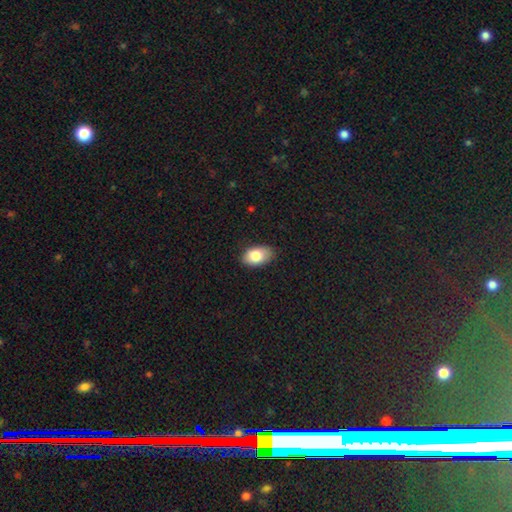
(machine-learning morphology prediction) Smooth or featured?
  - smooth: 82% *
  - featured or disk: 11%
  - star or artifact: 7%
How rounded?
  - in between: 91% *
  - round: 8%
  - cigar-shaped: 1%
Merging?
  - none: 83% *
  - minor disturbance: 14%
  - major disturbance: 2%
  - merger: 1%